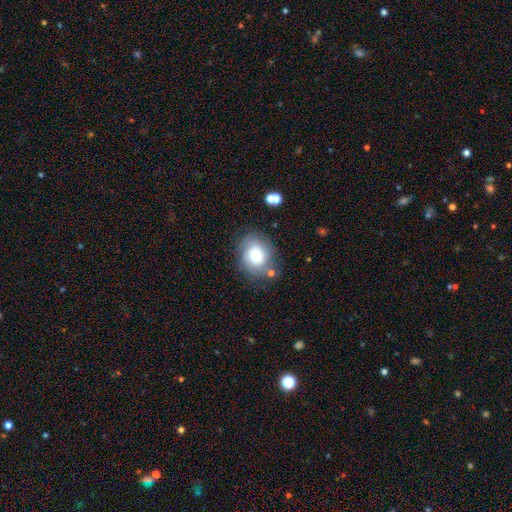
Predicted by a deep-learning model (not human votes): smooth 68%, featured or disk 22%, star or artifact 10%. Down the decision tree: how rounded — round (59%); merging — none (68%).